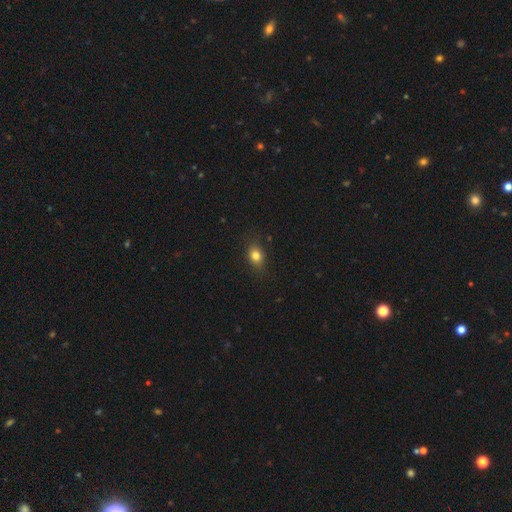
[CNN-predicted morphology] Smooth or featured?
  - smooth: 81% *
  - star or artifact: 11%
  - featured or disk: 7%
How rounded?
  - in between: 62% *
  - round: 36%
  - cigar-shaped: 2%
Merging?
  - none: 84% *
  - minor disturbance: 12%
  - major disturbance: 3%
  - merger: 1%